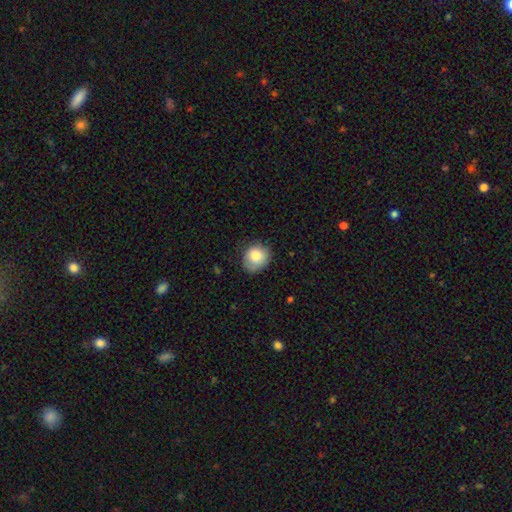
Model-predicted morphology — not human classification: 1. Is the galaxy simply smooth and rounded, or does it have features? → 82% smooth, 10% featured or disk, 8% star or artifact.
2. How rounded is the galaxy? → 76% round, 23% in between, 1% cigar-shaped.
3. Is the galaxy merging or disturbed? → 71% none, 23% minor disturbance, 5% major disturbance, 1% merger.